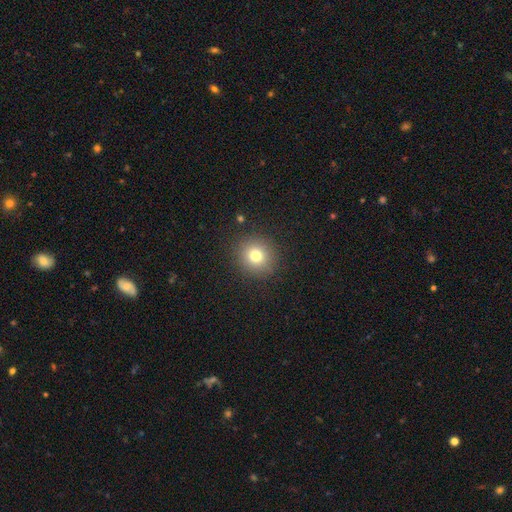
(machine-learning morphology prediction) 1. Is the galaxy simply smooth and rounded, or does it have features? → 77% smooth, 14% star or artifact, 9% featured or disk.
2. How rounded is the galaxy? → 90% round, 9% in between, 1% cigar-shaped.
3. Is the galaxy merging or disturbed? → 90% none, 6% minor disturbance, 3% major disturbance, 1% merger.